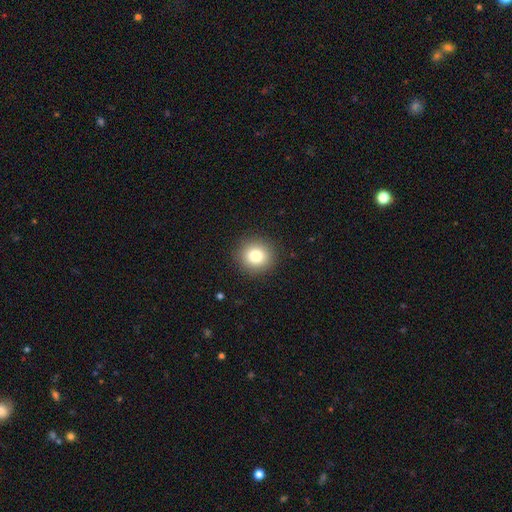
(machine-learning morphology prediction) This is clearly a smooth galaxy (81%). How rounded: clearly round (90%). Merging: clearly none (91%).